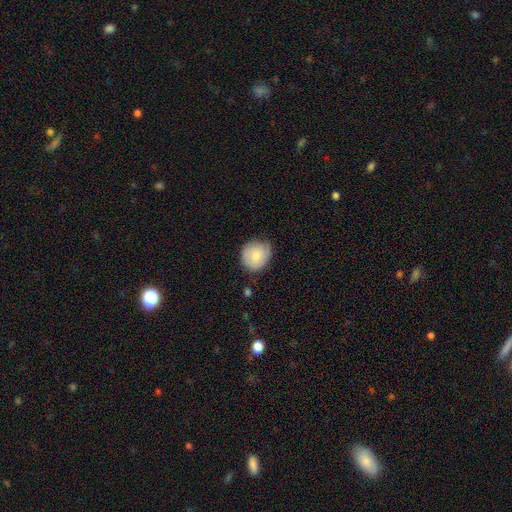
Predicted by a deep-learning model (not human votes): Smooth or featured? smooth (77%)
How rounded? round (77%)
Merging? none (67%)